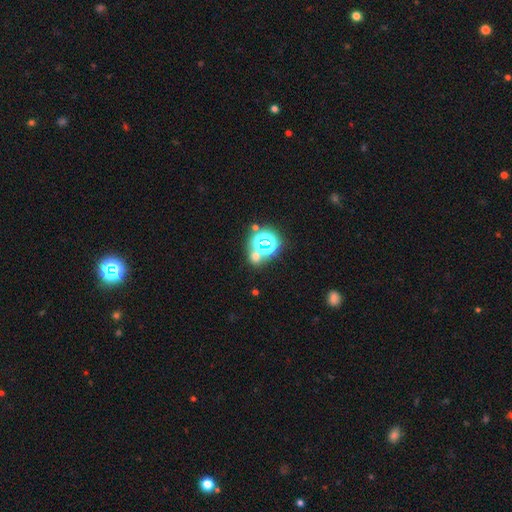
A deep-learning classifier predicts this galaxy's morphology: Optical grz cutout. It shows a star or artifact, not a galaxy (52%).